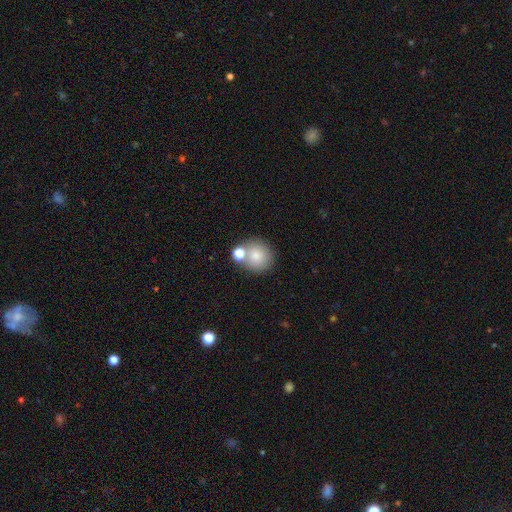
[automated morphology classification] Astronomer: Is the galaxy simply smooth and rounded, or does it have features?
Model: smooth — 80%.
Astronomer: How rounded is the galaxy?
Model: round — 89%.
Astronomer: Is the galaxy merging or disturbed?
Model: none — 64%.